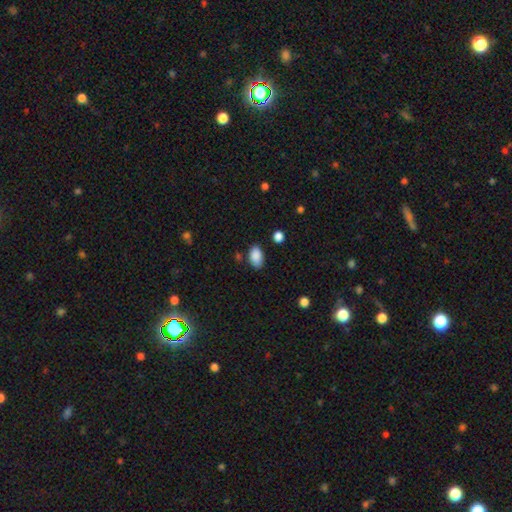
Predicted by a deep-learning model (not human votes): Smooth or featured: smooth — 88% (star or artifact — 8%)
How rounded: in between — 92% (round — 7%)
Merging: none — 76% (minor disturbance — 17%)